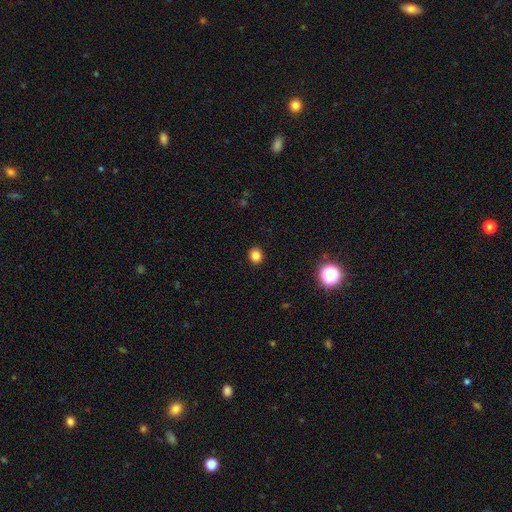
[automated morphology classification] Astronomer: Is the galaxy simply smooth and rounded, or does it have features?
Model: smooth — 83%.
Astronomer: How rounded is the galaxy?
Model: round — 82%.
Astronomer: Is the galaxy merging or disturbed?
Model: none — 92%.